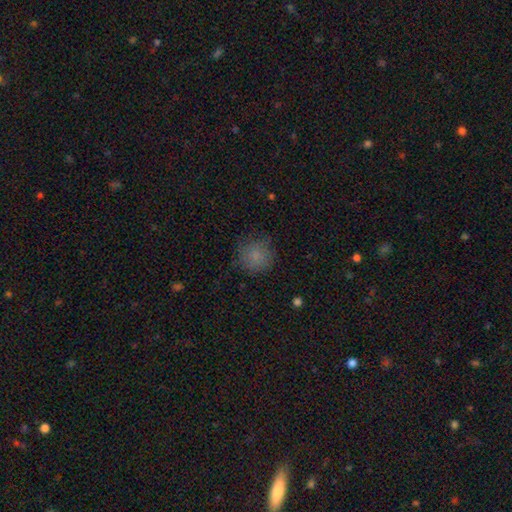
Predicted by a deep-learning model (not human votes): Smooth or featured?
  - smooth: 82% *
  - star or artifact: 11%
  - featured or disk: 7%
How rounded?
  - round: 91% *
  - in between: 8%
  - cigar-shaped: 1%
Merging?
  - none: 77% *
  - minor disturbance: 16%
  - major disturbance: 5%
  - merger: 1%